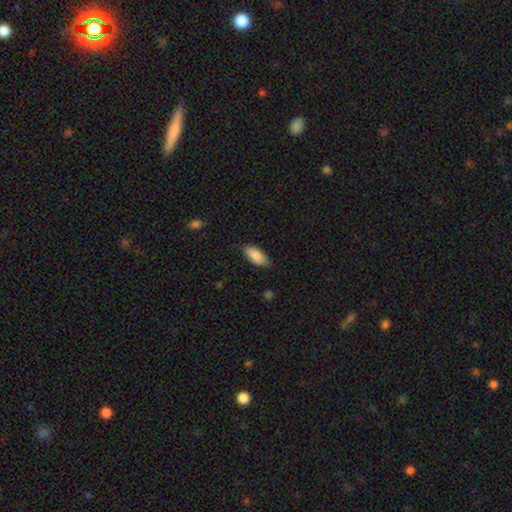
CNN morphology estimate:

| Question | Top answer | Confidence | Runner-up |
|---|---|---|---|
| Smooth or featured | smooth | 87% | featured or disk (7%) |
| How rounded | in between | 83% | cigar-shaped (15%) |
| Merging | none | 79% | minor disturbance (17%) |